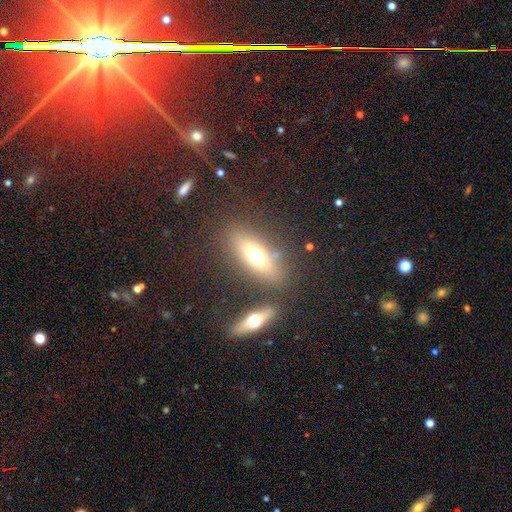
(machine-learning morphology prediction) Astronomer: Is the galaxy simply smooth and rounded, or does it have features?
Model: smooth — 60%.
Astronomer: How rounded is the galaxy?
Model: in between — 63%.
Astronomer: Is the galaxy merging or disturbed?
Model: none — 73%.